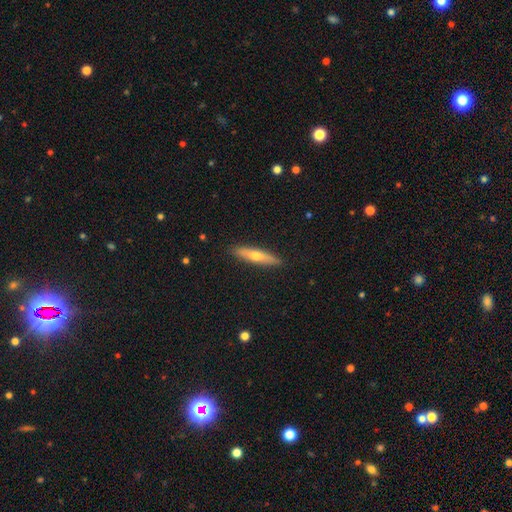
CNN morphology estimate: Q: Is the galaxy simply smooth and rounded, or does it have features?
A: smooth — 48%.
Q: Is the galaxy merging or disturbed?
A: none — 90%.